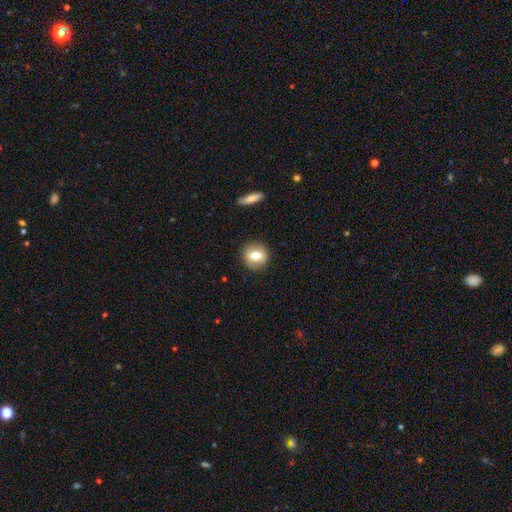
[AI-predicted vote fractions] Smooth or featured? Predicted: smooth (p=0.69). How rounded? Predicted: round (p=0.84). Merging? Predicted: none (p=0.88).